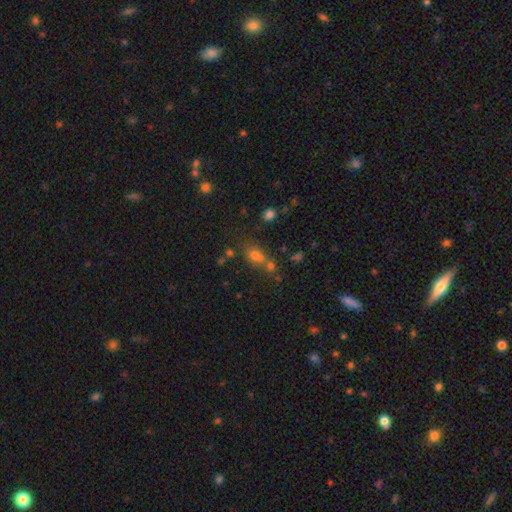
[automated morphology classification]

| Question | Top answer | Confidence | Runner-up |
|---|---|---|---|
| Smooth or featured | smooth | 58% | star or artifact (29%) |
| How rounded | in between | 48% | tied: round (48%) |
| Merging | none | 43% | merger (41%) |